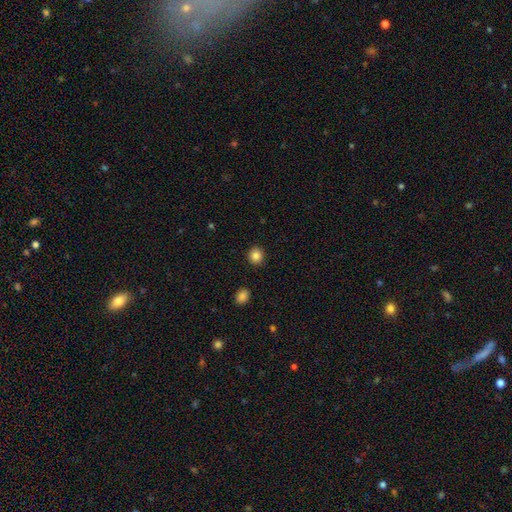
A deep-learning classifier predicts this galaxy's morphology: Smooth or featured? Predicted: smooth (p=0.85). How rounded? Predicted: round (p=0.88). Merging? Predicted: none (p=0.92).